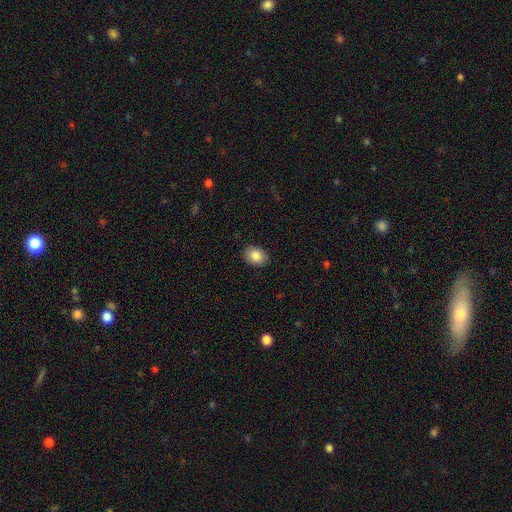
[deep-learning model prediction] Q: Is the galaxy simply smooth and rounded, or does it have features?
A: smooth — 86%.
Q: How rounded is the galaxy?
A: in between — 65%.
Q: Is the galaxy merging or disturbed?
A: none — 88%.